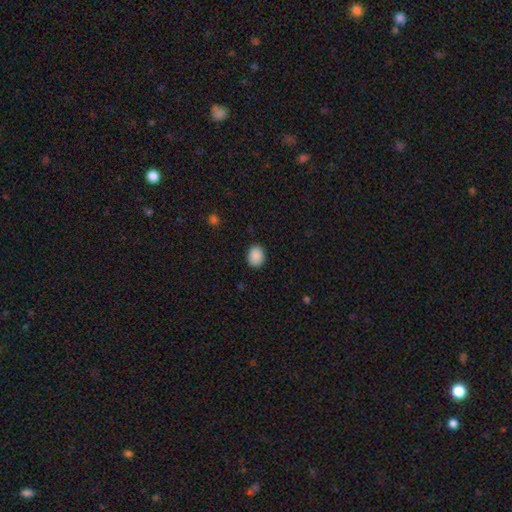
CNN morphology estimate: Overall: smooth (89%). How rounded: round (50%; in between 49%). Merging: none (87%).